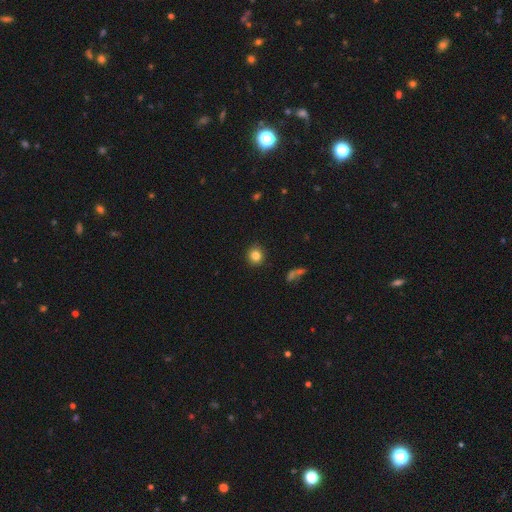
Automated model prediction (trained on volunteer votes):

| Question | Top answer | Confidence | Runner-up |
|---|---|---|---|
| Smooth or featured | smooth | 82% | star or artifact (11%) |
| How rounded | round | 91% | in between (8%) |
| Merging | none | 90% | minor disturbance (6%) |